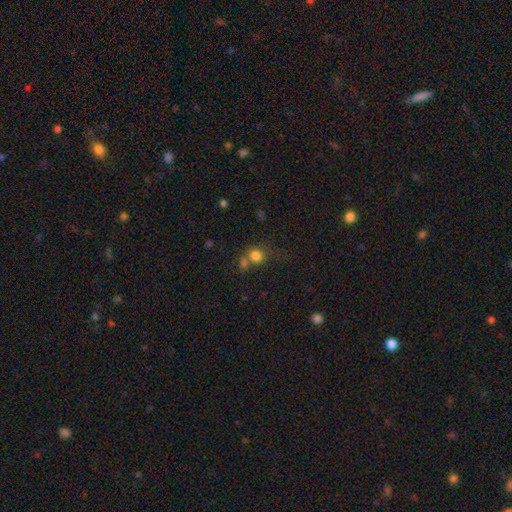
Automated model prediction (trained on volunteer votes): This is likely a smooth galaxy (79%). How rounded: likely round (79%). Merging: possibly none (48%).